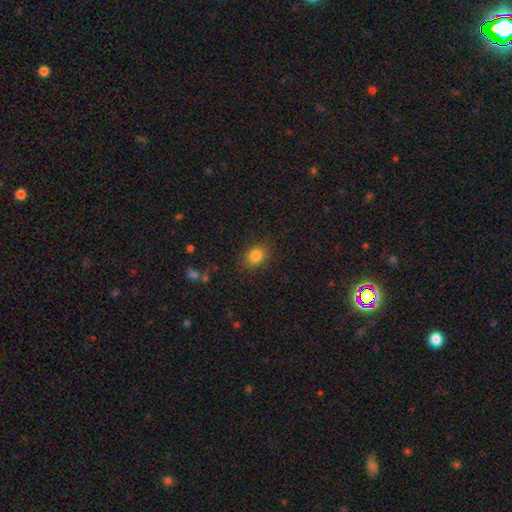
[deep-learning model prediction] A smooth galaxy with no disk features (82%) that is in between round and cigar-shaped (55%).

Vote fractions:
- Smooth or featured? smooth: 82% / star or artifact: 12% / featured or disk: 6%
- How rounded? in between: 55% / round: 43% / cigar-shaped: 1%
- Merging? none: 85% / minor disturbance: 10% / major disturbance: 3% / merger: 1%